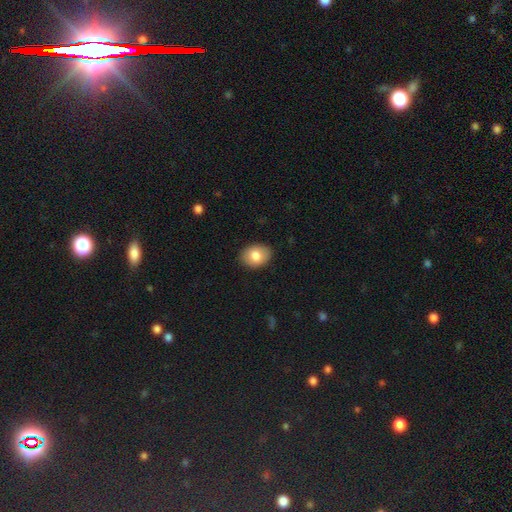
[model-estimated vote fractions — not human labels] Smooth or featured?
  - smooth: 82% *
  - featured or disk: 11%
  - star or artifact: 8%
How rounded?
  - in between: 67% *
  - round: 32%
  - cigar-shaped: 1%
Merging?
  - none: 88% *
  - minor disturbance: 9%
  - major disturbance: 2%
  - merger: 1%